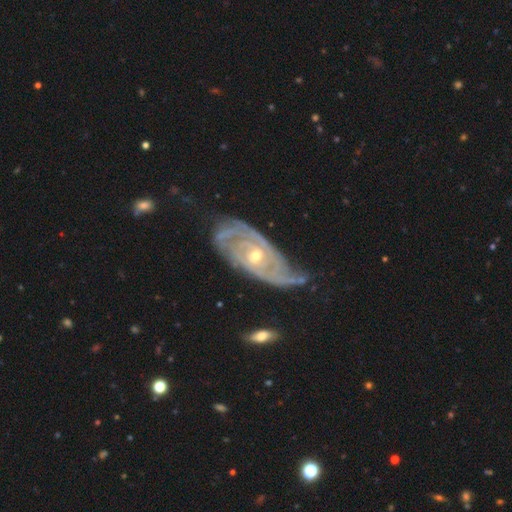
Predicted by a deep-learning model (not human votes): Q: Smooth or featured?
A: featured or disk (89%); runner-up: star or artifact (5%)
Q: Edge-on disk?
A: no (94%); runner-up: yes (6%)
Q: Bar?
A: no (65%); runner-up: weak (27%)
Q: Spiral arms?
A: yes (96%); runner-up: no (4%)
Q: Spiral winding?
A: tight (65%); runner-up: medium (28%)
Q: Spiral arm count?
A: 2 (32%); runner-up: can't tell (26%)
Q: Bulge size?
A: small (50%); runner-up: moderate (47%)
Q: Merging?
A: none (59%); runner-up: minor disturbance (27%)